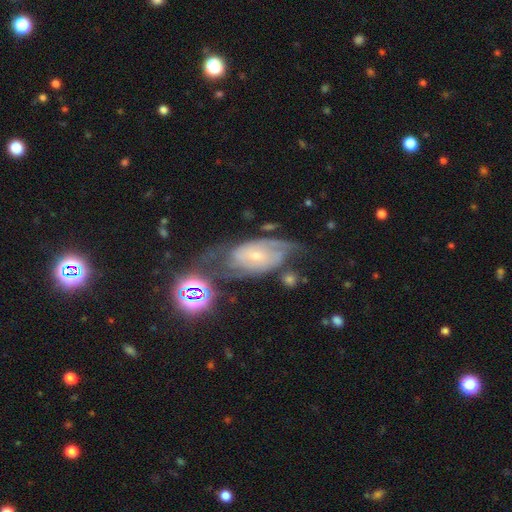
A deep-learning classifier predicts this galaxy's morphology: Smooth or featured?
  - featured or disk: 73% *
  - smooth: 16%
  - star or artifact: 11%
Edge-on disk?
  - no: 94% *
  - yes: 6%
Bar?
  - no: 49% *
  - weak: 38%
  - strong: 12%
Spiral arms?
  - yes: 90% *
  - no: 10%
Spiral winding?
  - tight: 42% *
  - medium: 40%
  - loose: 18%
Spiral arm count?
  - 2: 55% *
  - can't tell: 28%
  - 3: 7%
  - 1: 5%
  - 4: 3%
  - more than 4: 2%
Bulge size?
  - small: 68% *
  - moderate: 26%
  - none: 3%
  - large: 2%
  - dominant: 1%
Merging?
  - none: 46% *
  - minor disturbance: 24%
  - major disturbance: 22%
  - merger: 8%